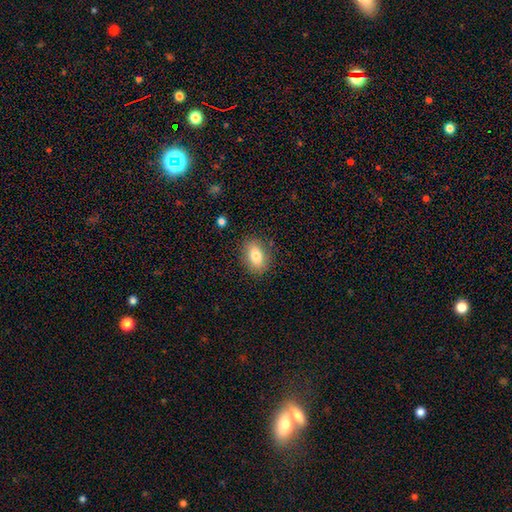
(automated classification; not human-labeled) Smooth or featured? Predicted: smooth (p=0.79). How rounded? Predicted: in between (p=0.83). Merging? Predicted: none (p=0.85).